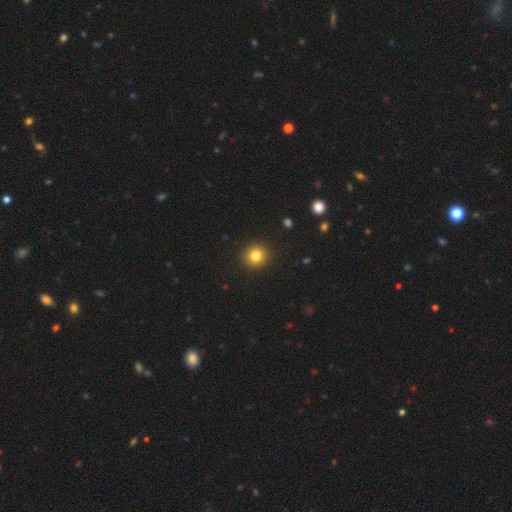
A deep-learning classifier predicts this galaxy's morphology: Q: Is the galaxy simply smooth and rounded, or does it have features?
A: smooth — 81%.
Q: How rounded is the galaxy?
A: round — 92%.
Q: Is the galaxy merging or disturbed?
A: none — 92%.